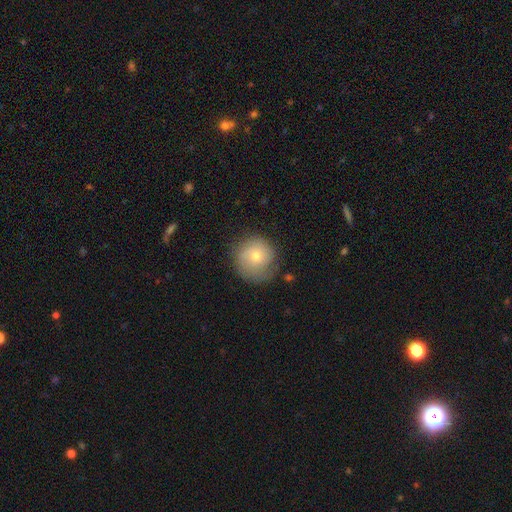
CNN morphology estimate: A smooth galaxy with no disk features (66%) that is round (93%). Merging: none (68%).